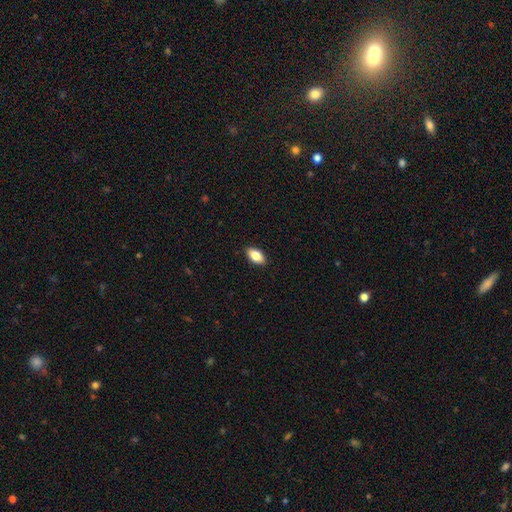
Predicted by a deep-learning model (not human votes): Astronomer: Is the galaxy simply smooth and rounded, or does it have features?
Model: smooth — 80%.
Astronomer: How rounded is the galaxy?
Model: in between — 90%.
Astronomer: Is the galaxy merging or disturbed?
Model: none — 90%.